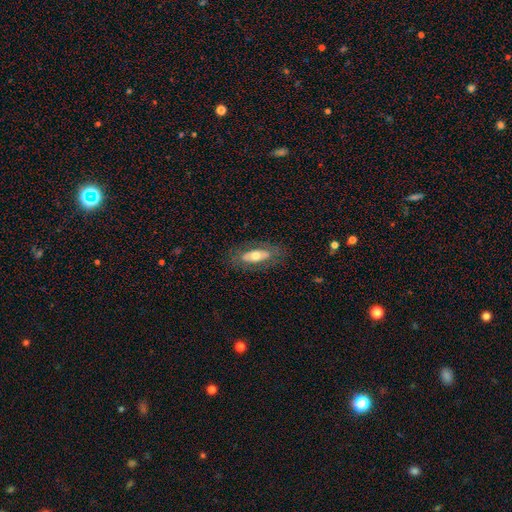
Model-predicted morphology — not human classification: Q: Smooth or featured?
A: smooth (51%); runner-up: featured or disk (42%)
Q: How rounded?
A: in between (77%); runner-up: cigar-shaped (20%)
Q: Merging?
A: none (78%); runner-up: minor disturbance (14%)